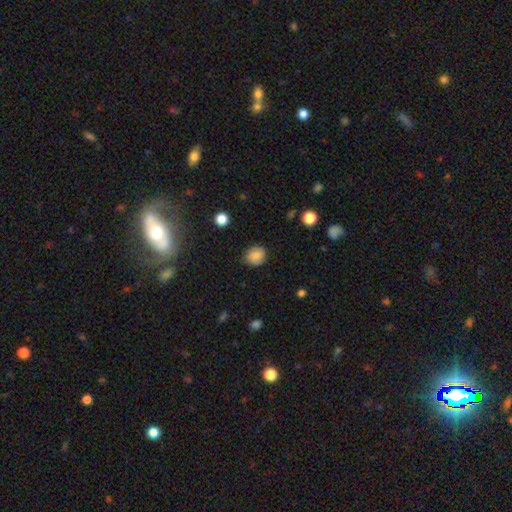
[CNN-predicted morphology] A smooth galaxy with no disk features (80%) that is round (70%).

Vote fractions:
- Smooth or featured? smooth: 80% / featured or disk: 11% / star or artifact: 9%
- How rounded? round: 70% / in between: 29% / cigar-shaped: 1%
- Merging? none: 79% / minor disturbance: 16% / major disturbance: 3% / merger: 1%